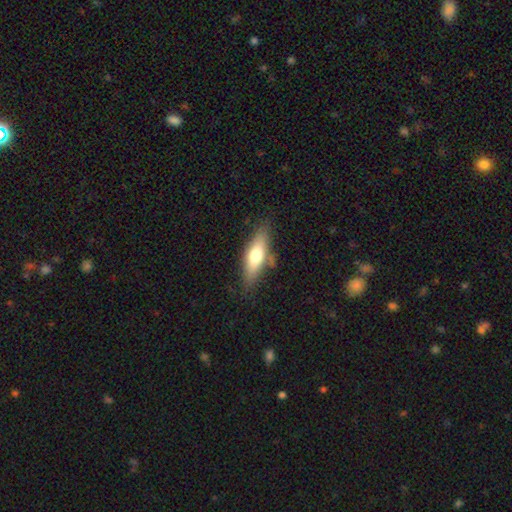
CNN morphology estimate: A smooth galaxy with no disk features (60%) that is in between round and cigar-shaped (51%). Merging: none (74%).